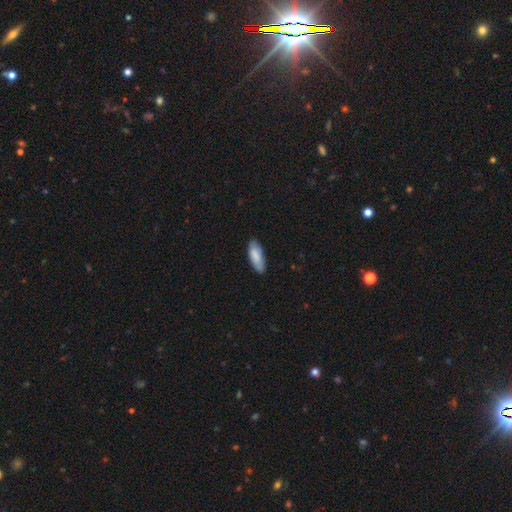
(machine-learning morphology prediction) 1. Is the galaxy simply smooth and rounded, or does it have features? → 84% smooth, 11% featured or disk, 6% star or artifact.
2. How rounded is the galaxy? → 72% in between, 26% cigar-shaped, 2% round.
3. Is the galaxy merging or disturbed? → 80% none, 16% minor disturbance, 2% major disturbance, 1% merger.